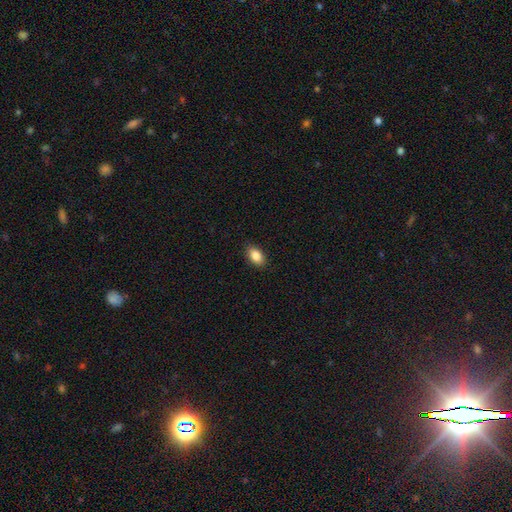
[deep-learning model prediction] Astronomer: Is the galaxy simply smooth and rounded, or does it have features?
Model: smooth — 88%.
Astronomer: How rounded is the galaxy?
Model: in between — 90%.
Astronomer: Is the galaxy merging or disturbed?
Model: none — 88%.